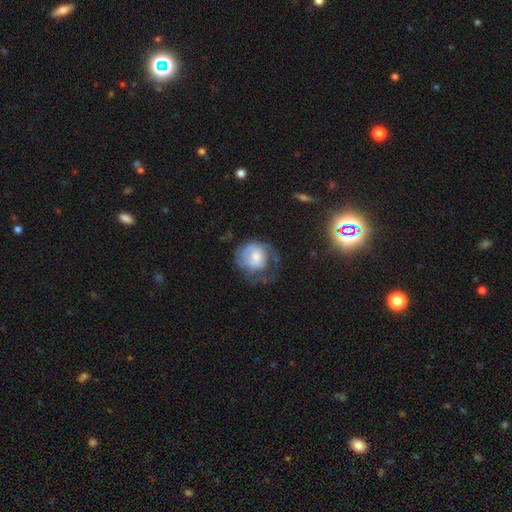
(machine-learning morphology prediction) smooth-or-featured: featured or disk: 50% | smooth: 41% | star or artifact: 10%
  merging: none: 39% | major disturbance: 35% | minor disturbance: 24% | merger: 2%